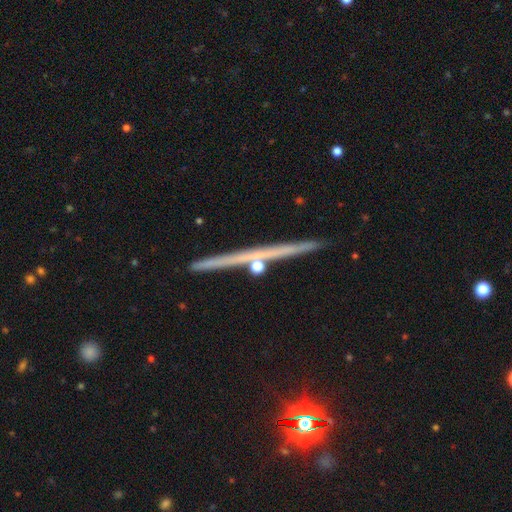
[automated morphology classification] Overall: featured or disk (76%). Edge-on disk: yes (98%). Edge-on bulge: none (49%; rounded 45%). Merging: none (87%).